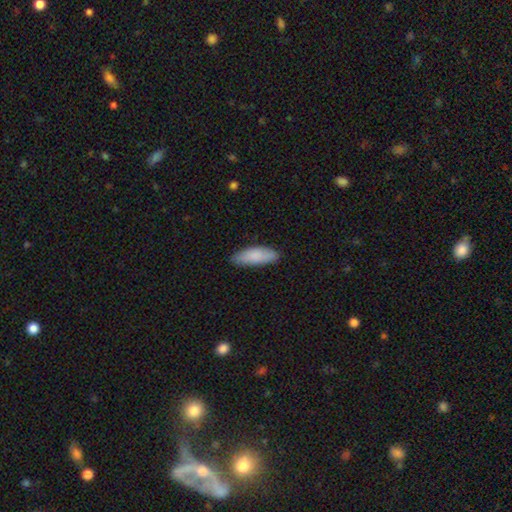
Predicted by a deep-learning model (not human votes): Morphology: type=smooth (86%); roundness=in between (60%); merging=none (82%).